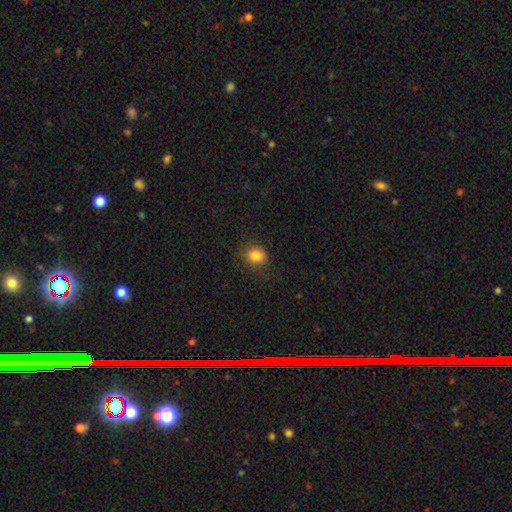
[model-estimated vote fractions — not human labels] Overall: smooth (84%). How rounded: round (72%). Merging: none (79%).